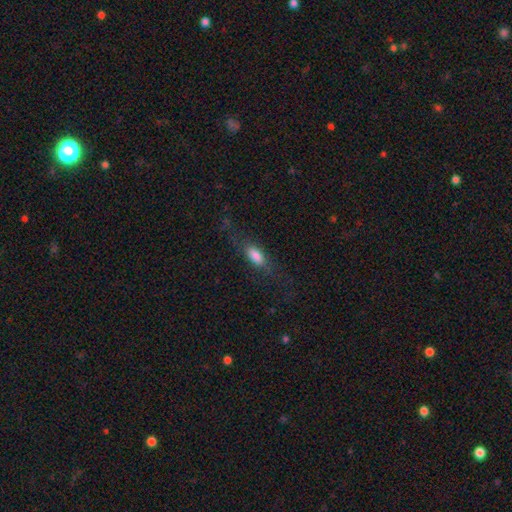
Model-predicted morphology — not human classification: smooth-or-featured: smooth: 72% | featured or disk: 19% | star or artifact: 8%
  how-rounded: in between: 70% | cigar-shaped: 26% | round: 4%
  merging: none: 65% | minor disturbance: 18% | major disturbance: 16% | merger: 2%